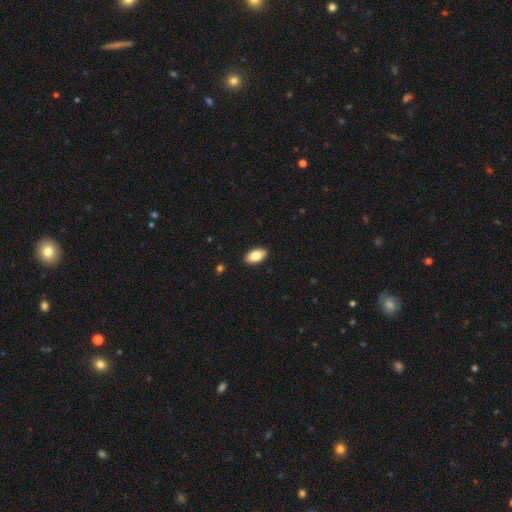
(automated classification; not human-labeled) This appears to be a smooth galaxy with no disk features (83%) that is in between round and cigar-shaped (94%). Merging: none (91%).